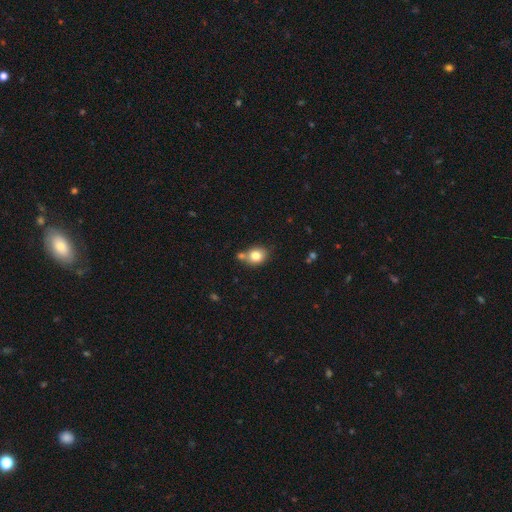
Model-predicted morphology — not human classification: A smooth galaxy with no disk features (80%) that is round (59%). Merging: none (58%).